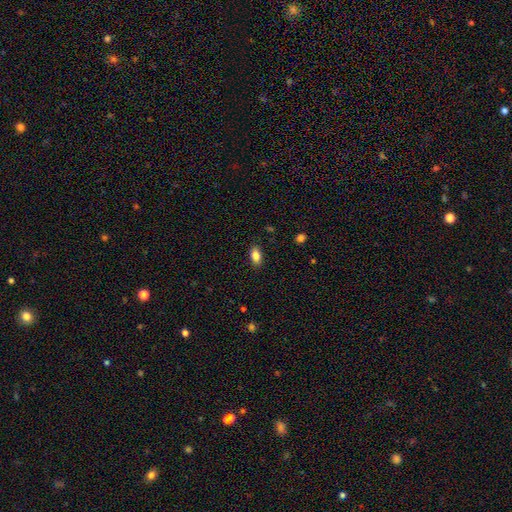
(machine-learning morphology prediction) Overall: smooth (86%). How rounded: in between (90%). Merging: none (88%).